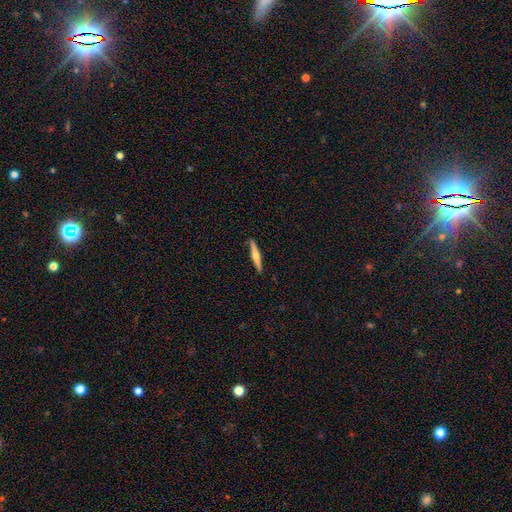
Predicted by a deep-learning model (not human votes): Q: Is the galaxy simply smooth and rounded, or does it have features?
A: featured or disk — 52%.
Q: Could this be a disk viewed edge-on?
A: yes — 97%.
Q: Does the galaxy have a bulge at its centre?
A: rounded — 81%.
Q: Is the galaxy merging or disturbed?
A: none — 91%.